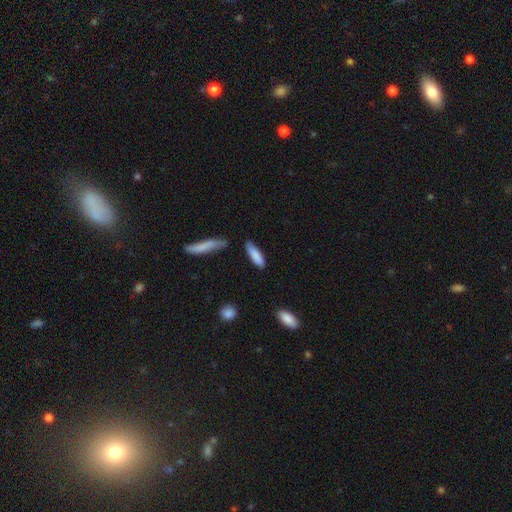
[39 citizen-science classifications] This is clearly a smooth galaxy (87%). How rounded: likely cigar-shaped (74%). Merging: likely none (74%).